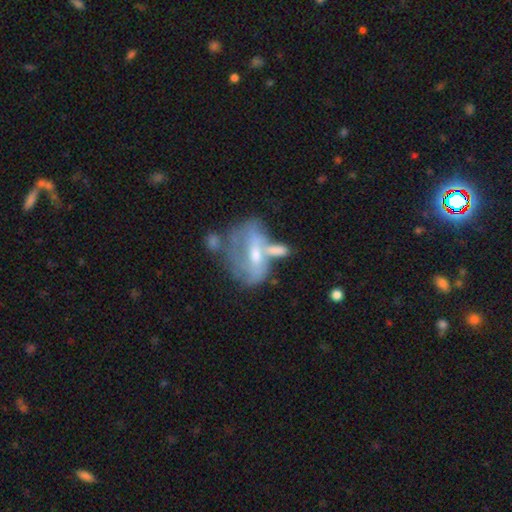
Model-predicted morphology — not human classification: This is possibly a featured or disk galaxy (58%). It is clearly not viewed edge-on (93%). Bar: possibly no (46%). Spiral arm pattern: possibly no (60%). Central bulge: possibly moderate (49%). Merging: marginally merger (36%).